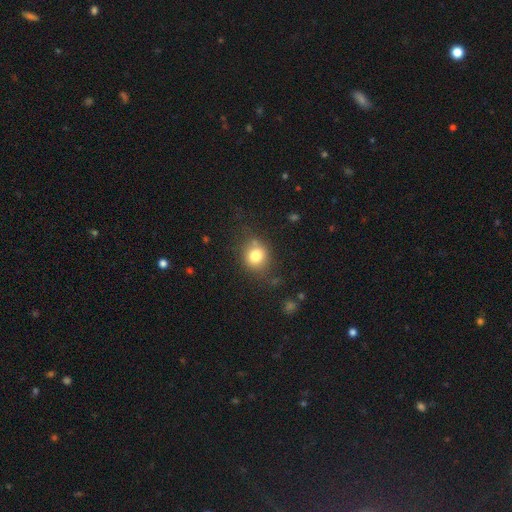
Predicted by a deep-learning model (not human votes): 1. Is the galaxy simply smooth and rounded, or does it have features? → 78% smooth, 12% star or artifact, 11% featured or disk.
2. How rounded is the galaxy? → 72% round, 27% in between, 1% cigar-shaped.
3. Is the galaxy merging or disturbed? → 71% none, 18% minor disturbance, 7% major disturbance, 3% merger.